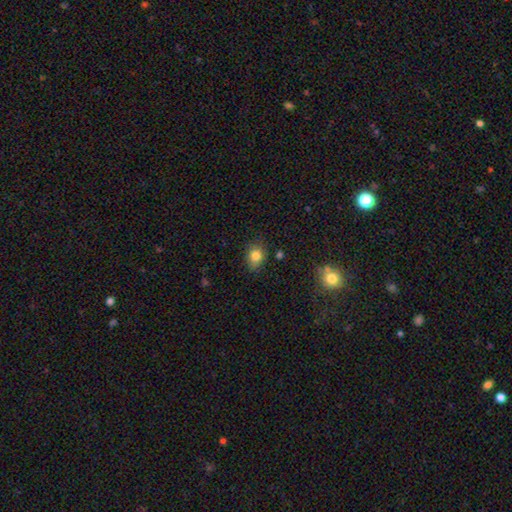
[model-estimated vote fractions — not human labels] This appears to be a smooth galaxy with no disk features (80%) that is in between round and cigar-shaped (52%). Merging: none (77%).